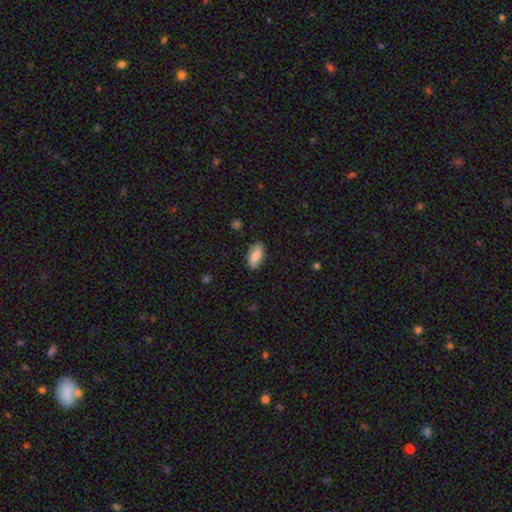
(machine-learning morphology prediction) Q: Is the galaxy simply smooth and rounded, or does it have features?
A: smooth — 84%.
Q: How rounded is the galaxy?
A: in between — 88%.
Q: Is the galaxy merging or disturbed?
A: none — 84%.